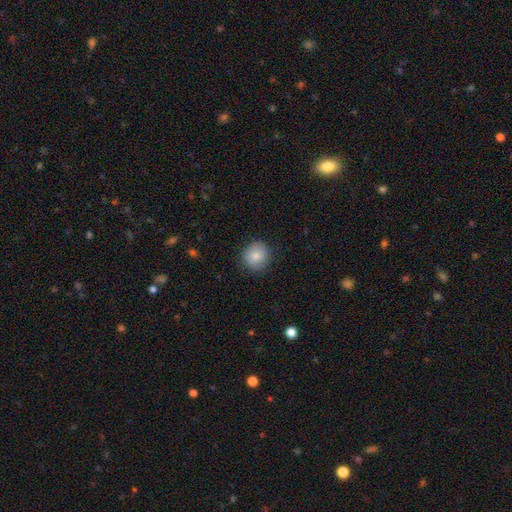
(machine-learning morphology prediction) A smooth galaxy with no disk features (85%) that is round (89%).

Vote fractions:
- Smooth or featured? smooth: 85% / star or artifact: 8% / featured or disk: 7%
- How rounded? round: 89% / in between: 10% / cigar-shaped: 1%
- Merging? none: 85% / minor disturbance: 11% / major disturbance: 3% / merger: 1%